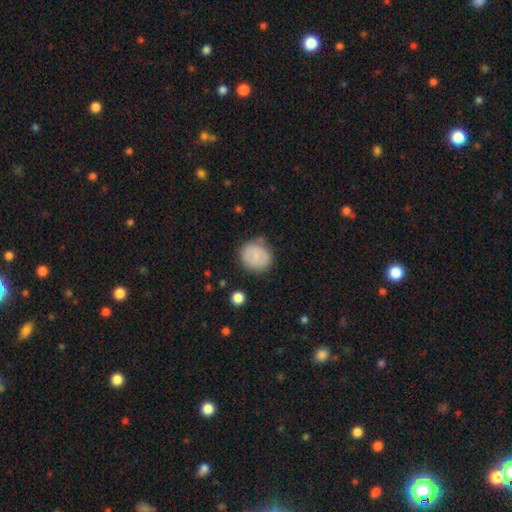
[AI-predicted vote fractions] A smooth galaxy with no disk features (71%) that is round (81%). Merging: none (73%).